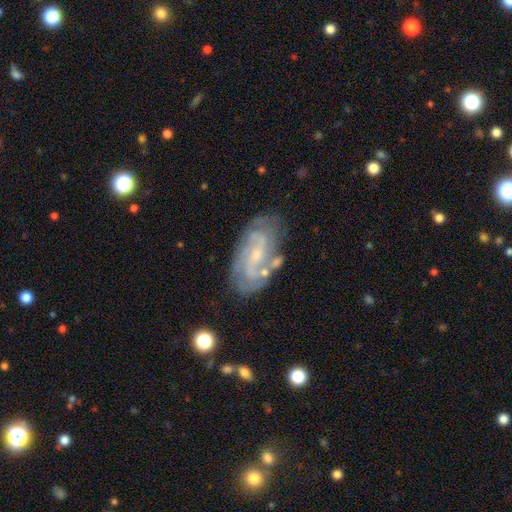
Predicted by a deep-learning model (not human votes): Smooth or featured? featured or disk (81%)
Edge-on disk? no (95%)
Bar? weak (44%)
Spiral arms? yes (92%)
Spiral winding? medium (44%)
Spiral arm count? 2 (57%)
Bulge size? small (69%)
Merging? none (70%)